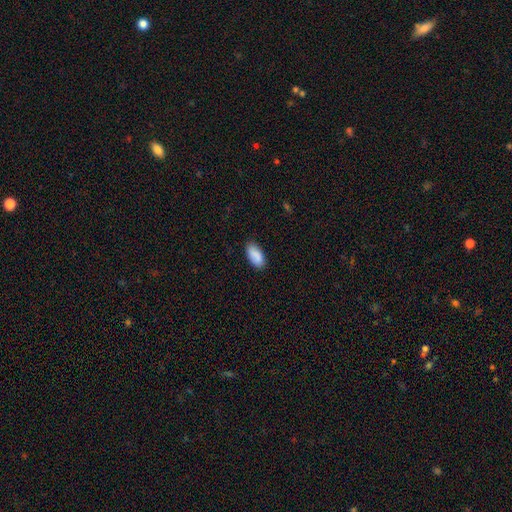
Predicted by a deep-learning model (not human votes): Morphology: type=smooth (89%); roundness=in between (93%); merging=none (86%).